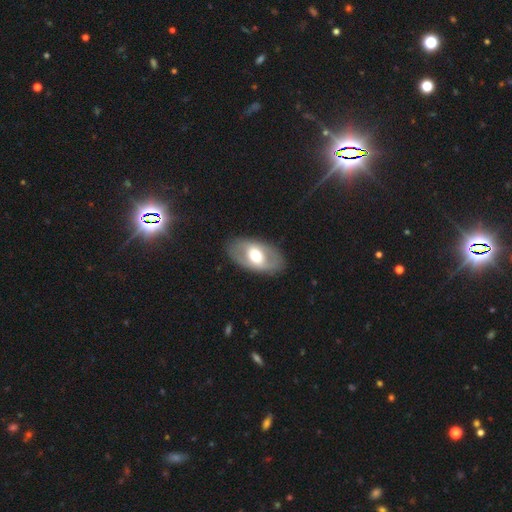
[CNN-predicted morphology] The model was most divided on "smooth or featured": featured or disk: 54%, smooth: 40%, star or artifact: 6%. More confident: edge-on disk — no (89%); merging — none (84%).